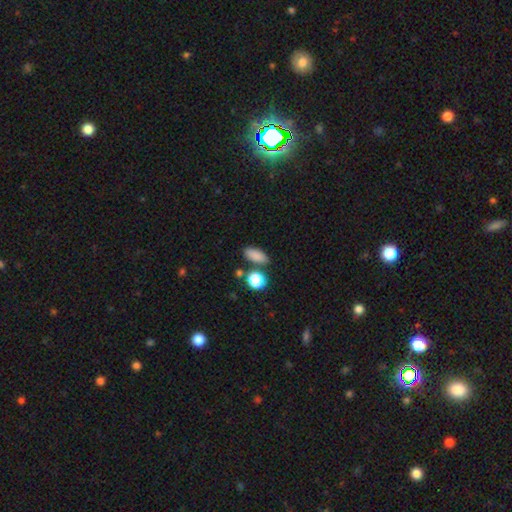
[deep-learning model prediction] This is clearly a smooth galaxy (84%). How rounded: likely in between (78%). Merging: likely none (78%).